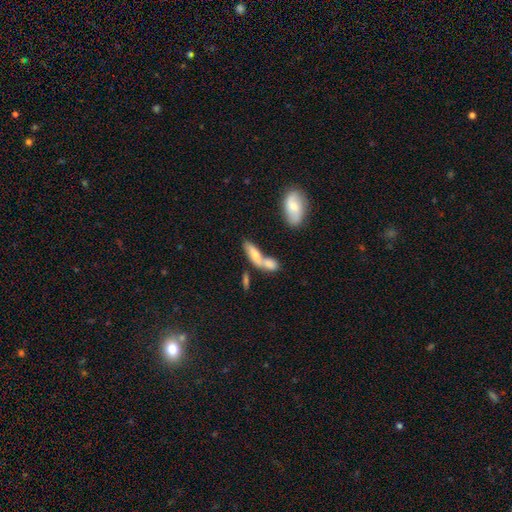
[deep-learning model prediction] smooth-or-featured: smooth: 67% | featured or disk: 25% | star or artifact: 8%
  how-rounded: in between: 61% | cigar-shaped: 35% | round: 4%
  merging: merger: 62% | none: 24% | minor disturbance: 8% | major disturbance: 5%